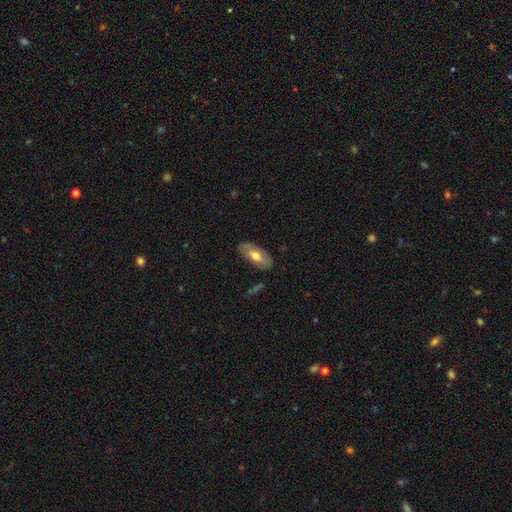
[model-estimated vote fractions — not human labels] Smooth or featured? smooth (53%)
How rounded? in between (87%)
Merging? none (80%)